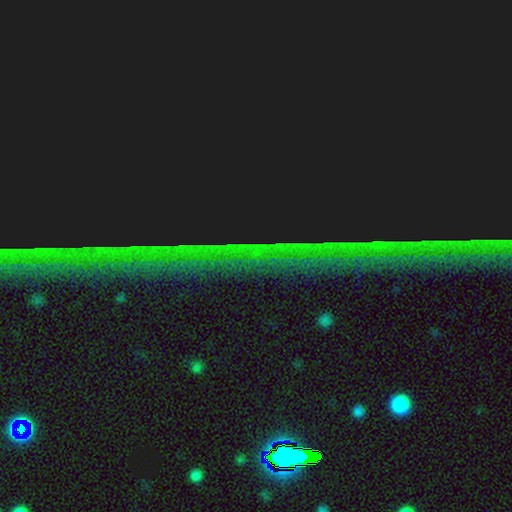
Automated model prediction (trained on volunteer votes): This appears to be a star or artifact, not a galaxy (86%).